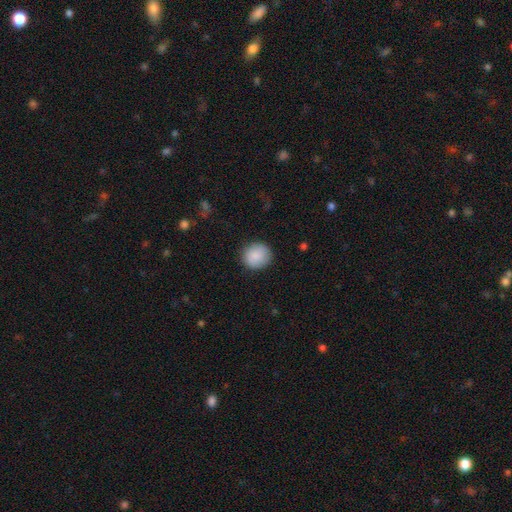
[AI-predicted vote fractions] Morphology: type=smooth (89%); roundness=round (88%); merging=none (88%).